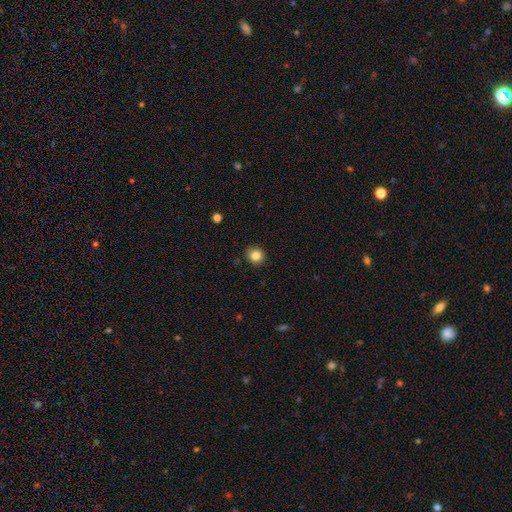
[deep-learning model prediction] Q: Smooth or featured?
A: smooth (84%); runner-up: star or artifact (11%)
Q: How rounded?
A: round (86%); runner-up: in between (13%)
Q: Merging?
A: none (89%); runner-up: minor disturbance (8%)